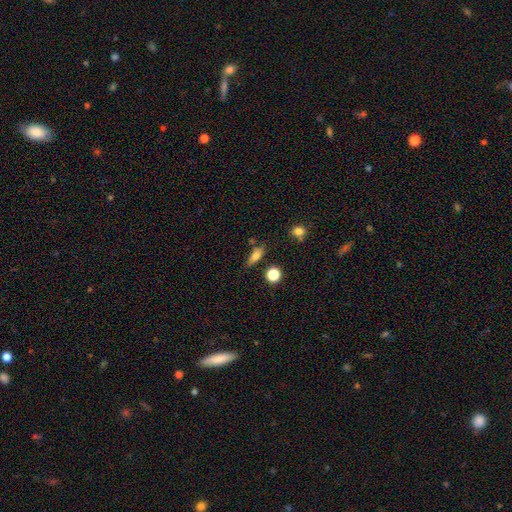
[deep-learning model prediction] The model was most divided on "how rounded": in between: 55%, cigar-shaped: 37%, round: 8%. More confident: merging — none (70%); smooth or featured — smooth (69%).